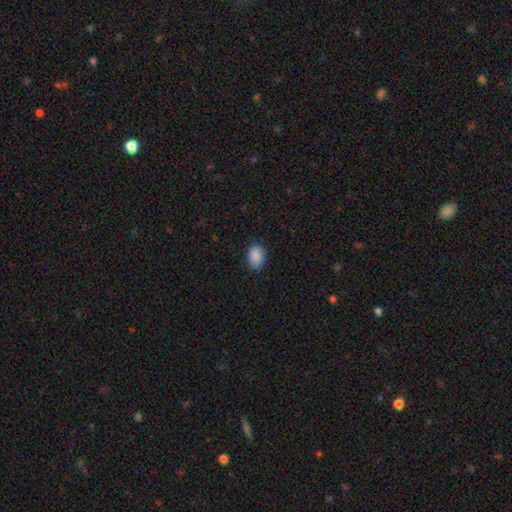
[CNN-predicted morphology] Smooth or featured? Predicted: smooth (p=0.89). How rounded? Predicted: in between (p=0.73). Merging? Predicted: none (p=0.84).